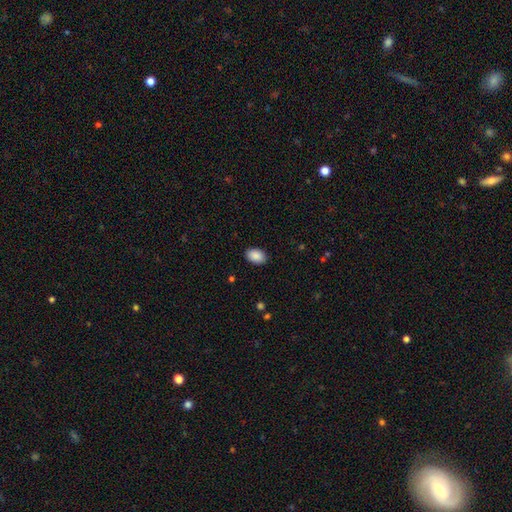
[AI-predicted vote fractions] A smooth galaxy with no disk features (90%) that is in between round and cigar-shaped (89%). Merging: none (89%).